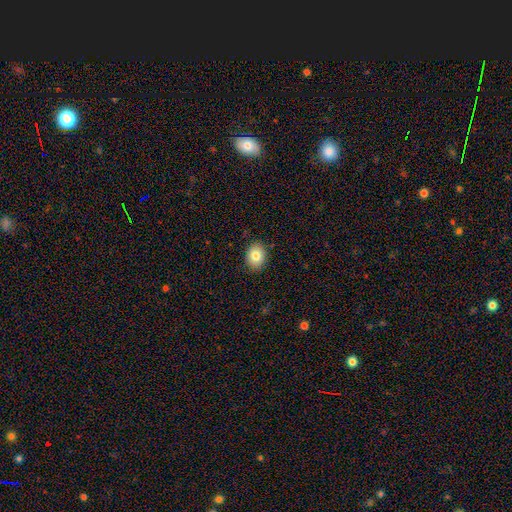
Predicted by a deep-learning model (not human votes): smooth-or-featured: smooth: 83% | featured or disk: 9% | star or artifact: 9%
  how-rounded: in between: 56% | round: 43% | cigar-shaped: 1%
  merging: none: 89% | minor disturbance: 8% | major disturbance: 2% | merger: 1%